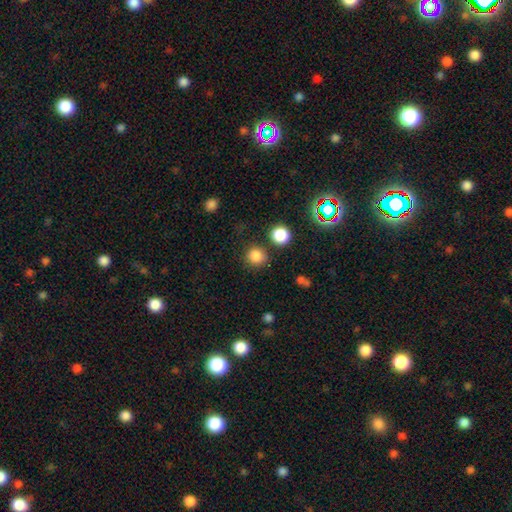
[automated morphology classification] This appears to be a smooth galaxy with no disk features (83%) that is round (91%). Merging: none (81%).